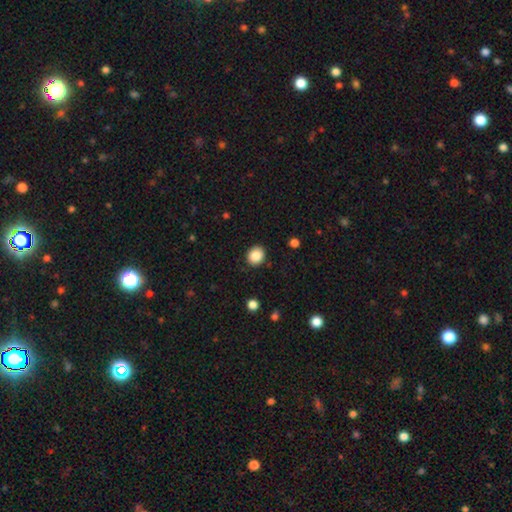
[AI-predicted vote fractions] Smooth or featured: smooth — 87% (star or artifact — 9%)
How rounded: round — 70% (in between — 29%)
Merging: none — 90% (minor disturbance — 7%)